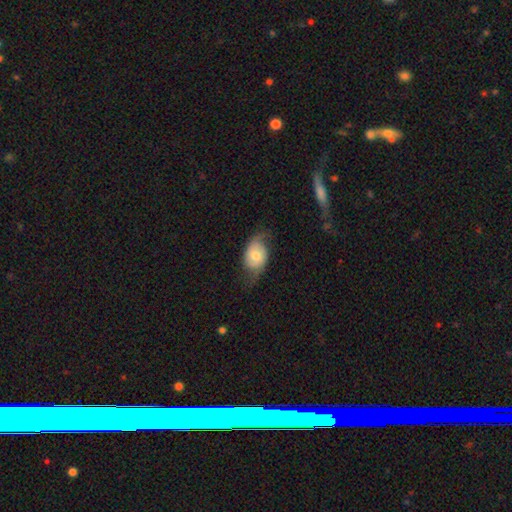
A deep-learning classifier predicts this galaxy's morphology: The model was most divided on "smooth or featured": featured or disk: 47%, smooth: 46%, star or artifact: 7%. More confident: merging — none (56%).